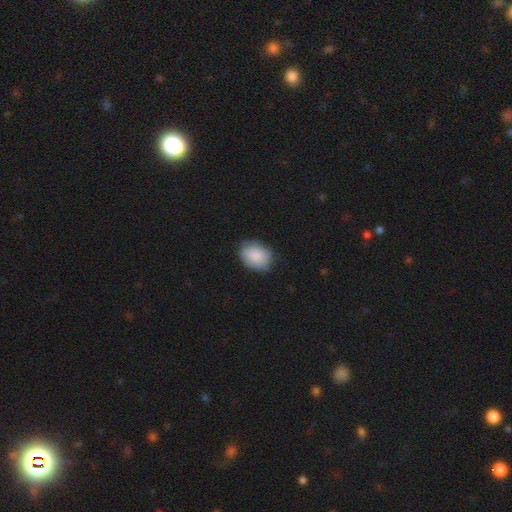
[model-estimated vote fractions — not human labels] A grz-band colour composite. It shows a smooth galaxy with no disk features (87%) that is in between round and cigar-shaped (63%). Merging: none (74%).